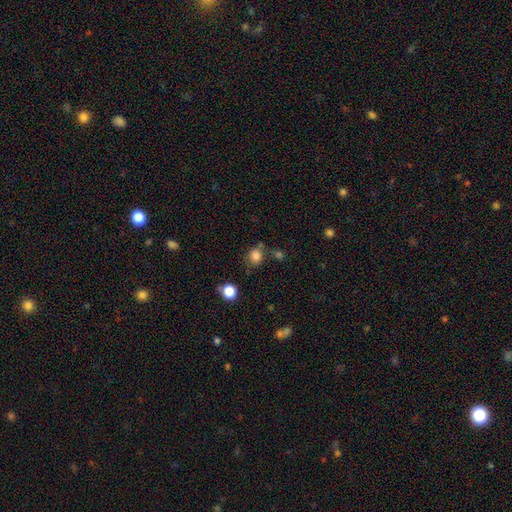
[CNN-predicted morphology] smooth-or-featured: smooth: 82% | star or artifact: 13% | featured or disk: 5%
  how-rounded: round: 73% | in between: 26% | cigar-shaped: 1%
  merging: none: 67% | minor disturbance: 16% | merger: 10% | major disturbance: 6%